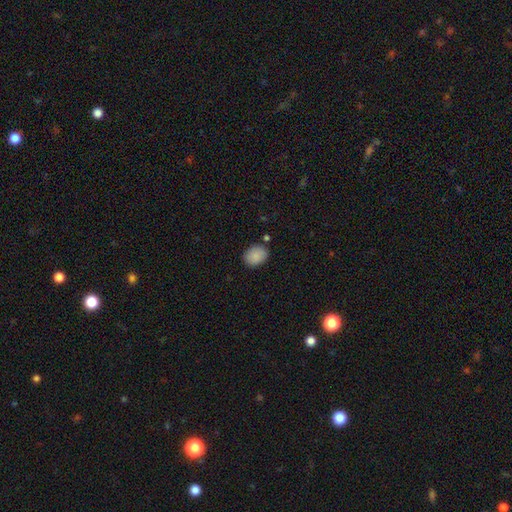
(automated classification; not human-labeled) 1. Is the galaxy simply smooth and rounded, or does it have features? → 88% smooth, 8% star or artifact, 4% featured or disk.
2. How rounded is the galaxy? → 61% in between, 38% round, 1% cigar-shaped.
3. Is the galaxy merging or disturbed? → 82% none, 12% minor disturbance, 3% merger, 3% major disturbance.